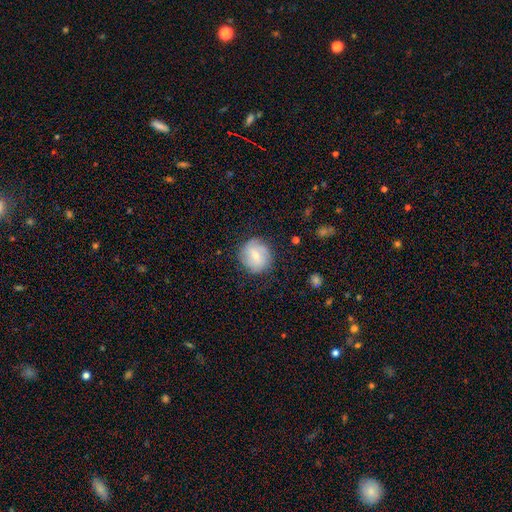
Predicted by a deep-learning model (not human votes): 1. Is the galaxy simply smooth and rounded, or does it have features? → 53% smooth, 40% featured or disk, 7% star or artifact.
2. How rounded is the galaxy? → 88% round, 11% in between, 1% cigar-shaped.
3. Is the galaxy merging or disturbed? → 78% none, 16% minor disturbance, 5% major disturbance, 1% merger.